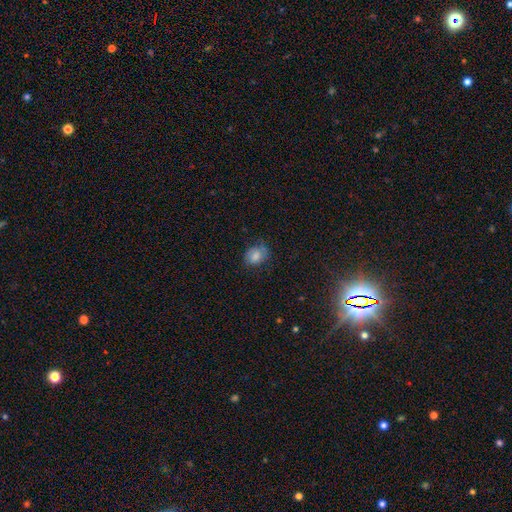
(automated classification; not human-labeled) smooth 79%, featured or disk 11%, star or artifact 10%. Down the decision tree: how rounded — in between (56%); merging — none (64%).